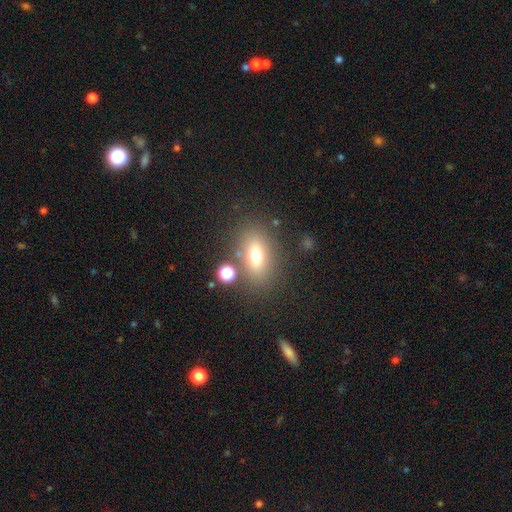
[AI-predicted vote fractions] A smooth galaxy with no disk features (69%) that is in between round and cigar-shaped (76%).

Vote fractions:
- Smooth or featured? smooth: 69% / featured or disk: 18% / star or artifact: 13%
- How rounded? in between: 76% / round: 18% / cigar-shaped: 5%
- Merging? none: 76% / minor disturbance: 12% / merger: 7% / major disturbance: 6%